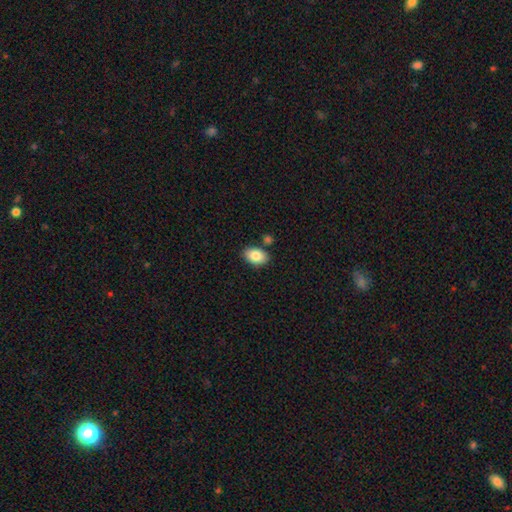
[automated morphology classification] Smooth or featured?
  - smooth: 84% *
  - featured or disk: 9%
  - star or artifact: 8%
How rounded?
  - in between: 87% *
  - round: 12%
  - cigar-shaped: 1%
Merging?
  - none: 80% *
  - minor disturbance: 10%
  - merger: 7%
  - major disturbance: 2%